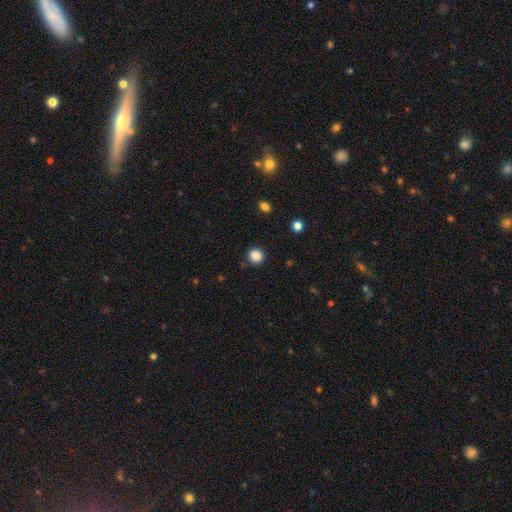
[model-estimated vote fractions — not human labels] Overall: smooth (86%). How rounded: round (92%). Merging: none (89%).